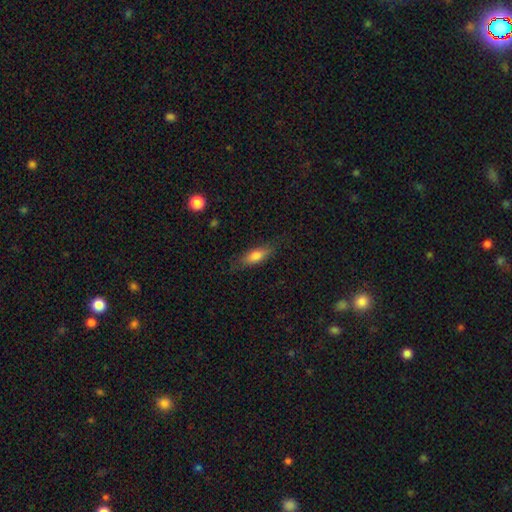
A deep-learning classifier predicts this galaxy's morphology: Smooth or featured? smooth (73%)
How rounded? in between (59%)
Merging? none (79%)